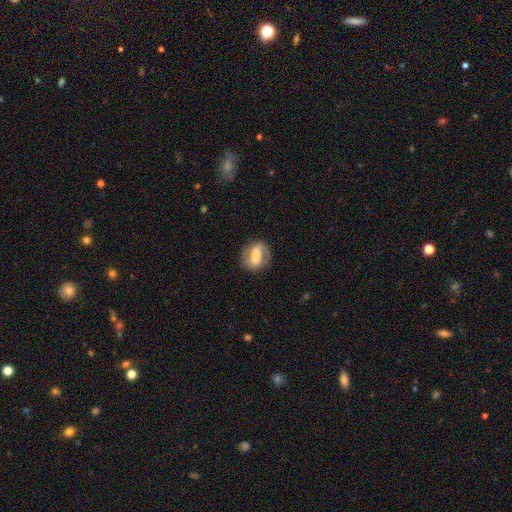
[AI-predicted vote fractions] Smooth or featured? featured or disk (58%)
Edge-on disk? no (93%)
Bar? strong (58%)
Spiral arms? yes (70%)
Bulge size? moderate (41%)
Merging? none (78%)